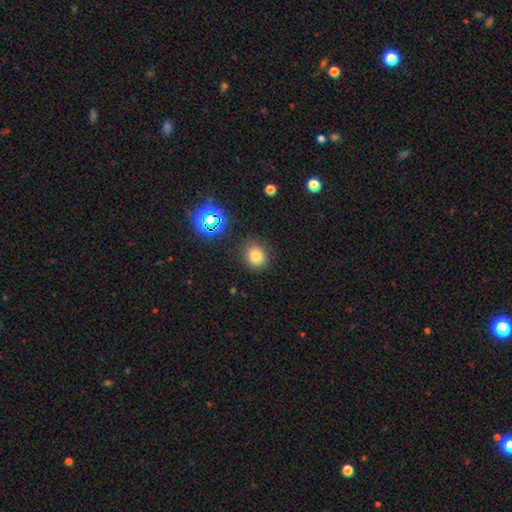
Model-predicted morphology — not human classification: The model was most divided on "smooth or featured": smooth: 77%, star or artifact: 17%, featured or disk: 6%. More confident: merging — none (84%); how rounded — round (80%).